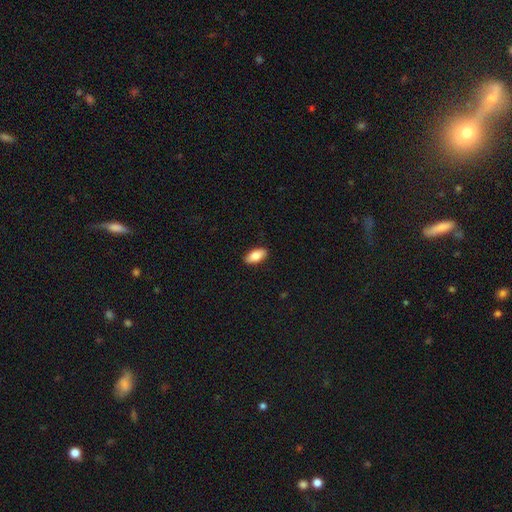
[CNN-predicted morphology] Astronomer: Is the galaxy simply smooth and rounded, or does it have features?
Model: smooth — 82%.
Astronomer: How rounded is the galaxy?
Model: in between — 91%.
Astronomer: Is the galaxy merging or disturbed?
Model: none — 90%.